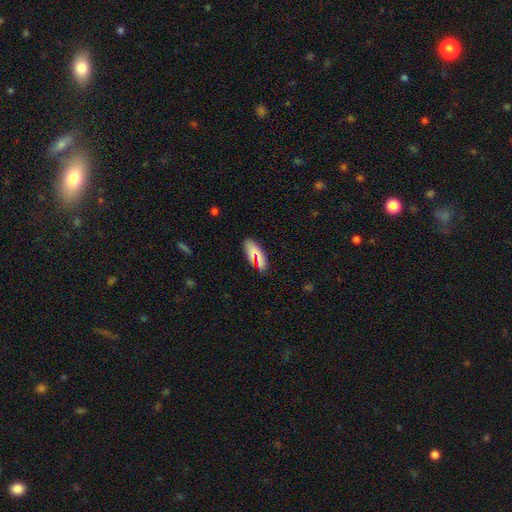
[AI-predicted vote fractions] The model was most divided on "how rounded": in between: 70%, cigar-shaped: 26%, round: 4%. More confident: merging — none (82%); smooth or featured — smooth (77%).